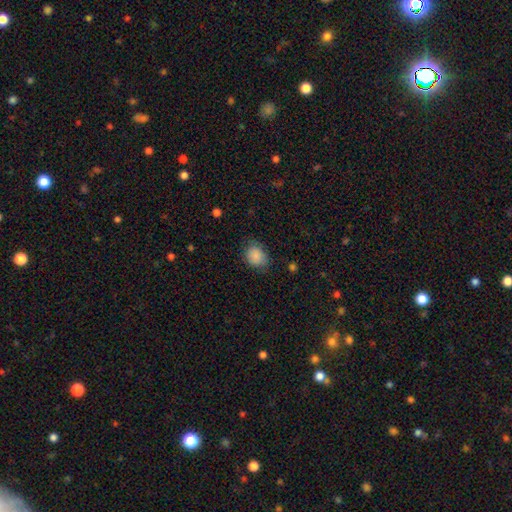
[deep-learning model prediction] smooth-or-featured: smooth: 86% | star or artifact: 8% | featured or disk: 5%
  how-rounded: in between: 52% | round: 48% | cigar-shaped: 1%
  merging: none: 74% | minor disturbance: 20% | major disturbance: 5% | merger: 1%